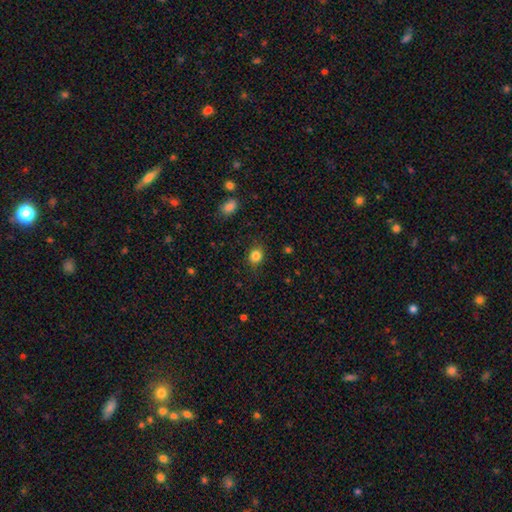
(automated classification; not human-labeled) Overall: smooth (84%). How rounded: round (68%; in between 31%). Merging: none (84%).